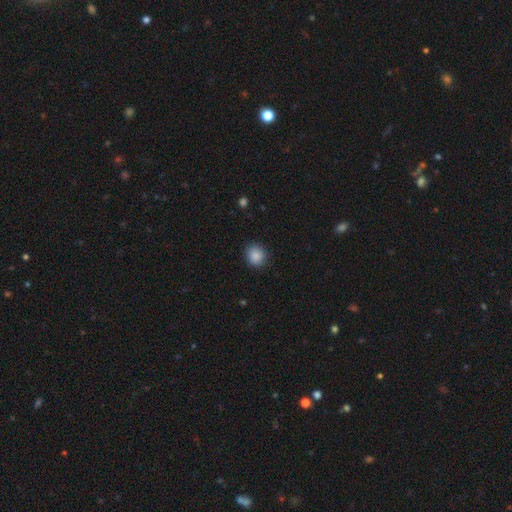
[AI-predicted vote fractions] Overall: smooth (88%). How rounded: round (86%). Merging: none (88%).